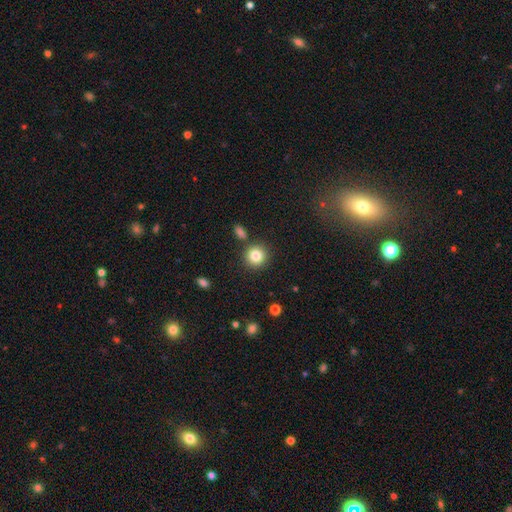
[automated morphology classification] Smooth or featured? Predicted: smooth (p=0.84). How rounded? Predicted: round (p=0.91). Merging? Predicted: none (p=0.84).